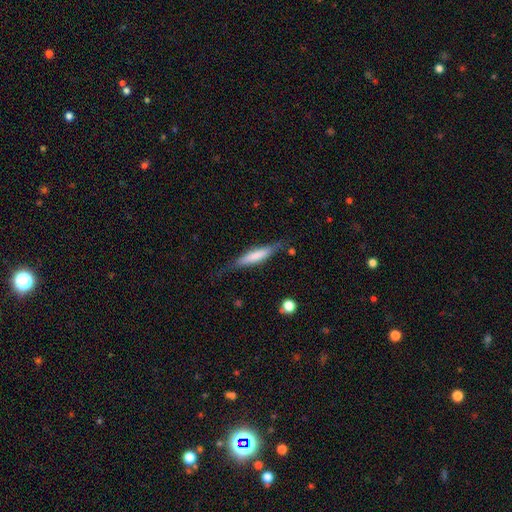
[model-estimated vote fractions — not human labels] Smooth or featured? Predicted: smooth (p=0.64). How rounded? Predicted: cigar-shaped (p=0.85). Merging? Predicted: none (p=0.73).